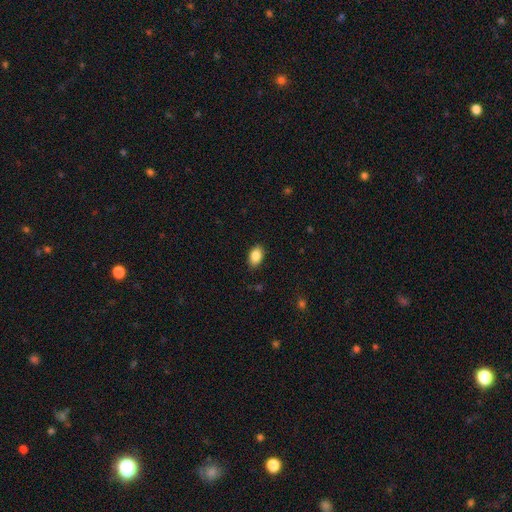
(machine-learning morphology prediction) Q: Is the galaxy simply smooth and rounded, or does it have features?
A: smooth — 87%.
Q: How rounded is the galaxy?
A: in between — 90%.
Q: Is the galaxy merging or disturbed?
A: none — 87%.